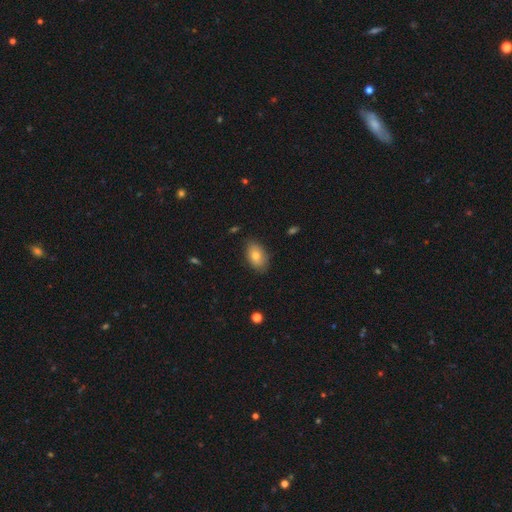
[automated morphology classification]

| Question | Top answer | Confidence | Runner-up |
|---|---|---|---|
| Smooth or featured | smooth | 77% | featured or disk (15%) |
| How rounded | in between | 87% | round (12%) |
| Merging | none | 82% | minor disturbance (14%) |